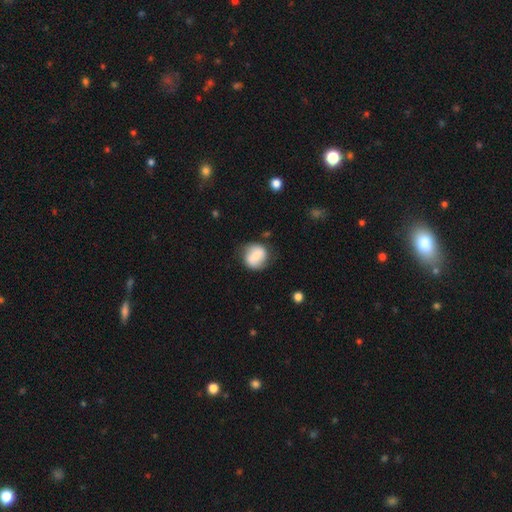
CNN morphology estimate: type=smooth (60%); roundness=round (83%); merging=none (74%).